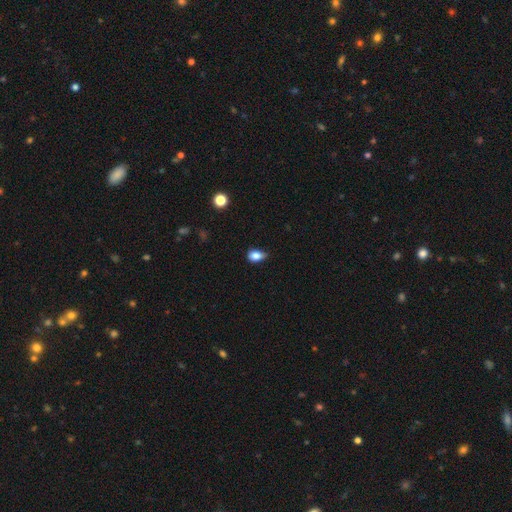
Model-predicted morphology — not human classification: smooth 83%, star or artifact 9%, featured or disk 8%. Down the decision tree: how rounded — in between (79%); merging — none (55%).